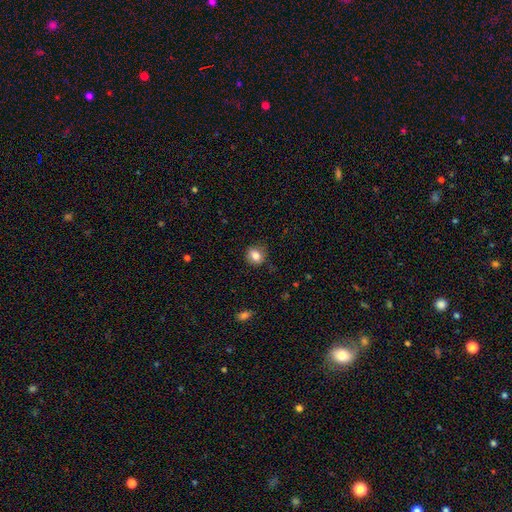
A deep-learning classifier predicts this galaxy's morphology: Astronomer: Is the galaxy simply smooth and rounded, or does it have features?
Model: smooth — 81%.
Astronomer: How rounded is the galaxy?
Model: round — 73%.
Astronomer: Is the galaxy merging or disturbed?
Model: none — 82%.